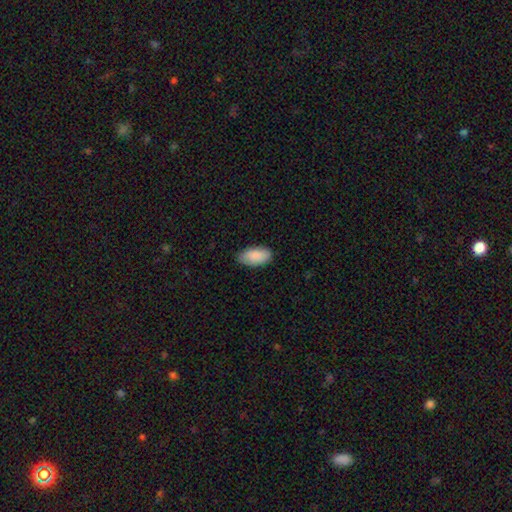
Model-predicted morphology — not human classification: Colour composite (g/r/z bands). It shows a smooth galaxy with no disk features (90%) that is in between round and cigar-shaped (95%). Merging: none (84%).